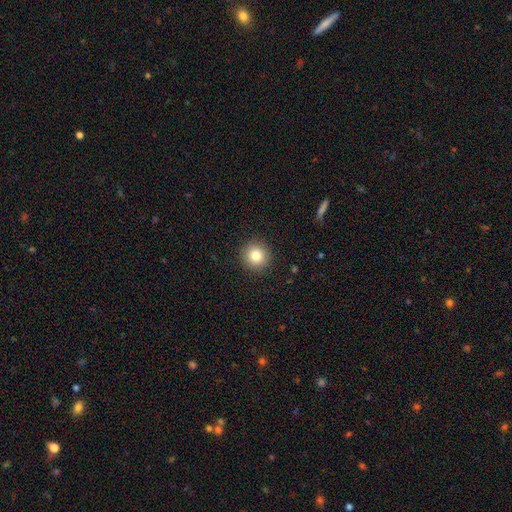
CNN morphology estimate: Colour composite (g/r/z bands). It shows a smooth galaxy with no disk features (82%) that is round (94%). Merging: none (92%).